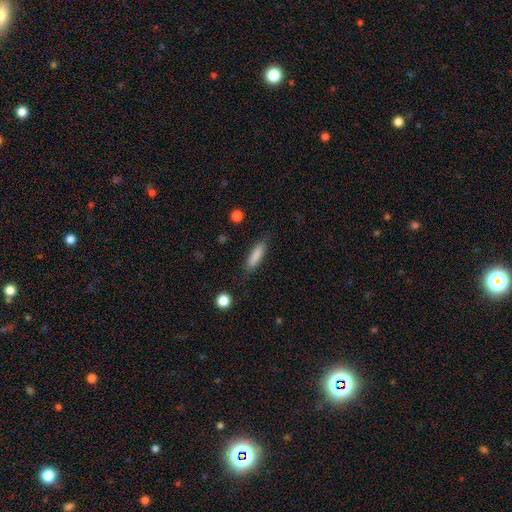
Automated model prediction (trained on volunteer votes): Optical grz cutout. It shows a smooth galaxy with no disk features (83%) that is cigar-shaped (69%). Merging: none (79%).